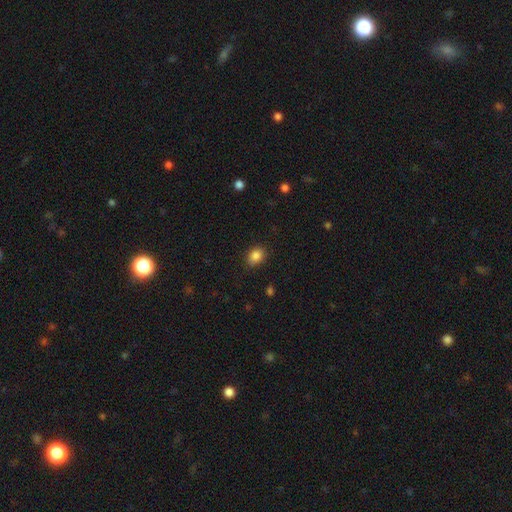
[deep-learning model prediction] smooth 86%, star or artifact 10%, featured or disk 4%. Down the decision tree: how rounded — in between (61%); merging — none (86%).